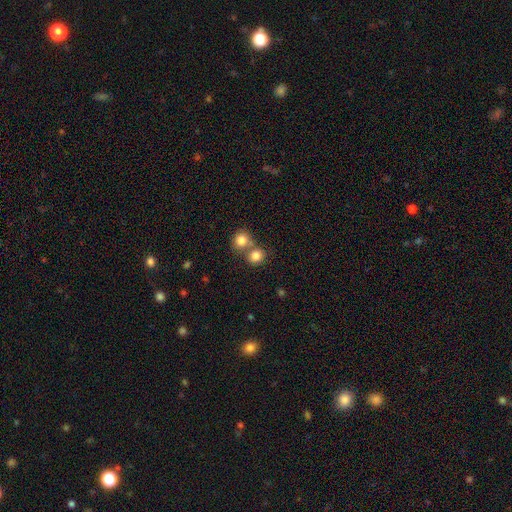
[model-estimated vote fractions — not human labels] Q: Smooth or featured?
A: smooth (82%); runner-up: star or artifact (10%)
Q: How rounded?
A: round (79%); runner-up: in between (20%)
Q: Merging?
A: merger (46%); runner-up: none (44%)